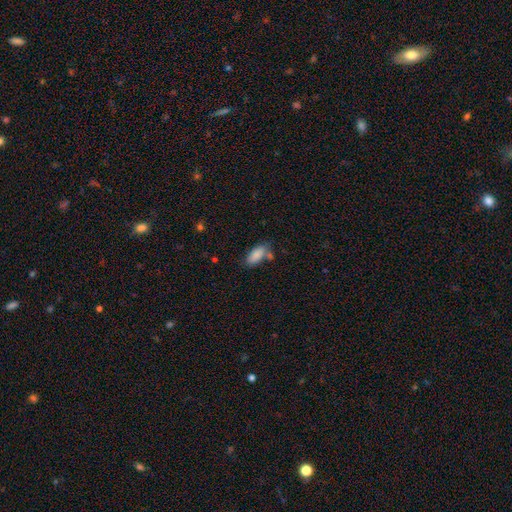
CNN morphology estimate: A smooth galaxy with no disk features (87%) that is in between round and cigar-shaped (84%).

Vote fractions:
- Smooth or featured? smooth: 87% / star or artifact: 7% / featured or disk: 6%
- How rounded? in between: 84% / cigar-shaped: 14% / round: 2%
- Merging? none: 64% / minor disturbance: 18% / merger: 13% / major disturbance: 5%